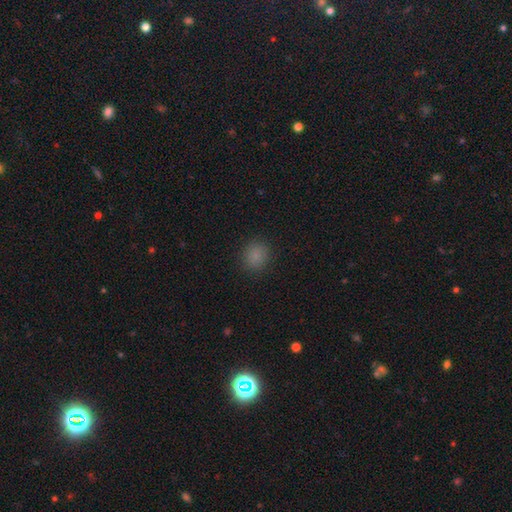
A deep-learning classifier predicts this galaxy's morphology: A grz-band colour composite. It shows a smooth galaxy with no disk features (83%) that is round (80%). Merging: none (89%).